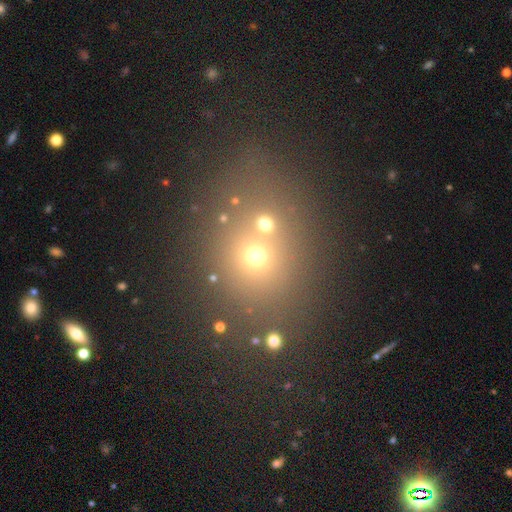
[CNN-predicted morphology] smooth 54%, star or artifact 32%, featured or disk 13%. Down the decision tree: how rounded — round (67%); merging — none (60%).